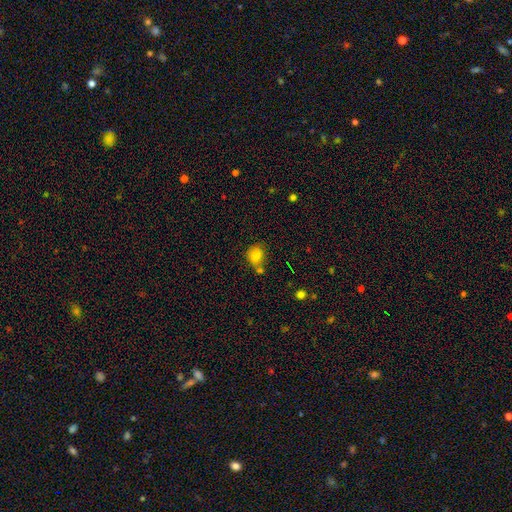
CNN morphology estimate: A smooth galaxy with no disk features (82%) that is round (62%).

Vote fractions:
- Smooth or featured? smooth: 82% / star or artifact: 11% / featured or disk: 7%
- How rounded? round: 62% / in between: 37% / cigar-shaped: 1%
- Merging? none: 56% / merger: 22% / minor disturbance: 17% / major disturbance: 5%